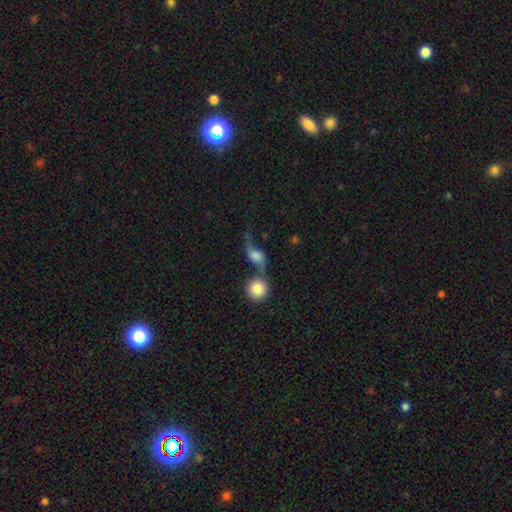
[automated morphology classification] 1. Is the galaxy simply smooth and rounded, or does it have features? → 48% featured or disk, 41% smooth, 10% star or artifact.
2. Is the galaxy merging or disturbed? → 36% merger, 33% none, 16% major disturbance, 15% minor disturbance.